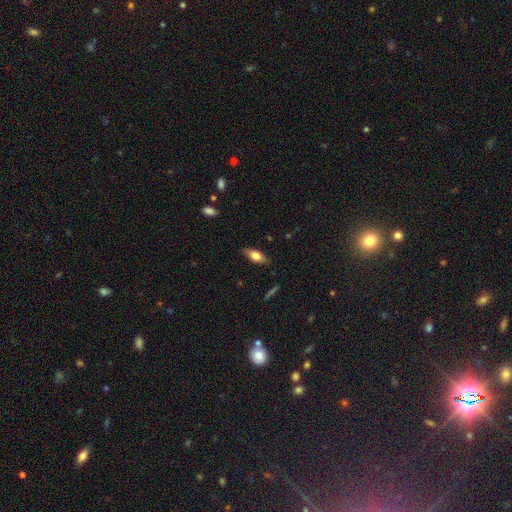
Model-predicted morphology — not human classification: A smooth galaxy with no disk features (66%) that is in between round and cigar-shaped (76%). Merging: none (83%).